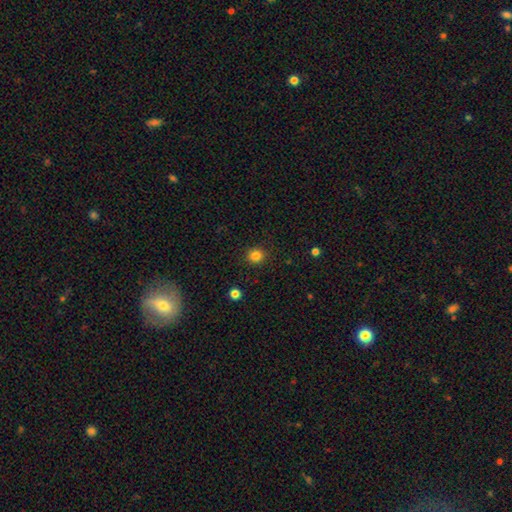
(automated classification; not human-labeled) Overall: smooth (84%). How rounded: round (91%). Merging: none (91%).